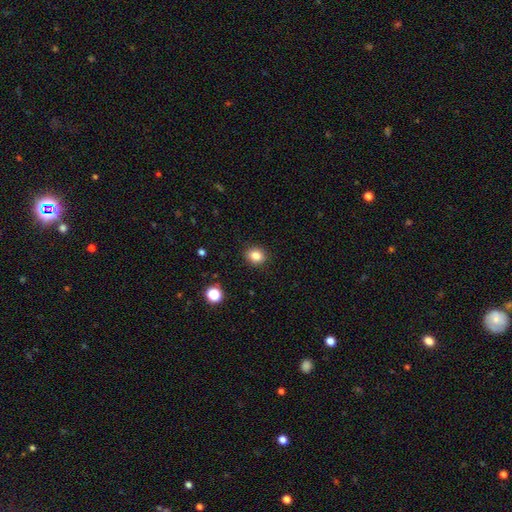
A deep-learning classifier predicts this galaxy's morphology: Smooth or featured? Predicted: smooth (p=0.83). How rounded? Predicted: round (p=0.70). Merging? Predicted: none (p=0.90).